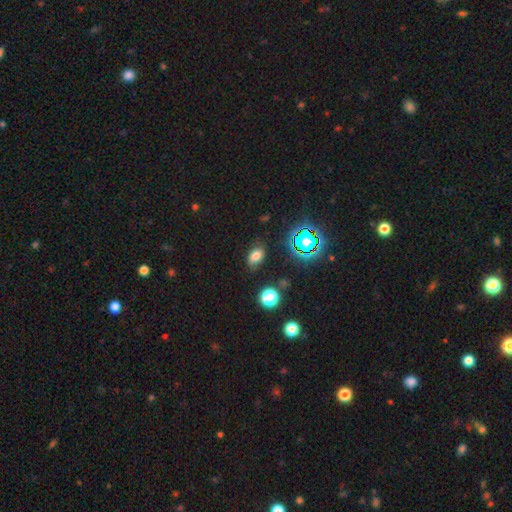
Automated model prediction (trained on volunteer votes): Smooth or featured? Predicted: smooth (p=0.69). How rounded? Predicted: in between (p=0.83). Merging? Predicted: none (p=0.75).